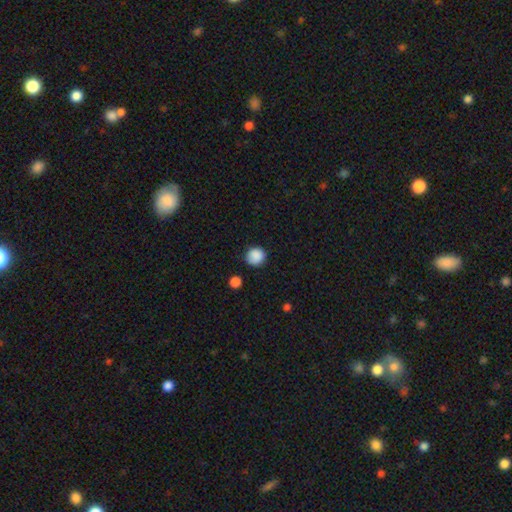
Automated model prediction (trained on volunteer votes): Smooth or featured?
  - smooth: 88% *
  - star or artifact: 9%
  - featured or disk: 3%
How rounded?
  - round: 90% *
  - in between: 9%
  - cigar-shaped: 1%
Merging?
  - none: 84% *
  - minor disturbance: 11%
  - major disturbance: 3%
  - merger: 2%